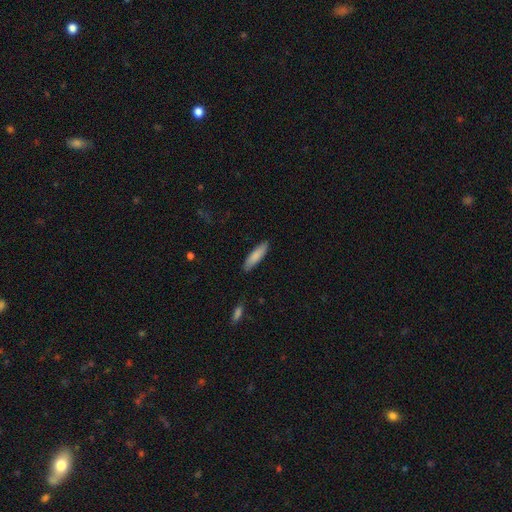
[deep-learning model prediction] This is clearly a smooth galaxy (84%). How rounded: likely cigar-shaped (67%). Merging: clearly none (87%).